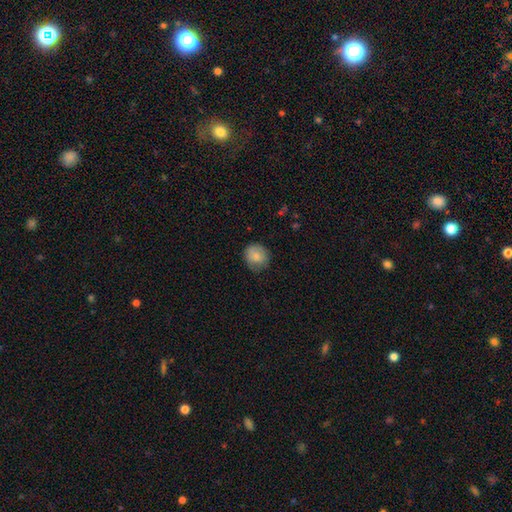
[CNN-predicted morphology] Smooth or featured? Predicted: smooth (p=0.83). How rounded? Predicted: round (p=0.82). Merging? Predicted: none (p=0.75).